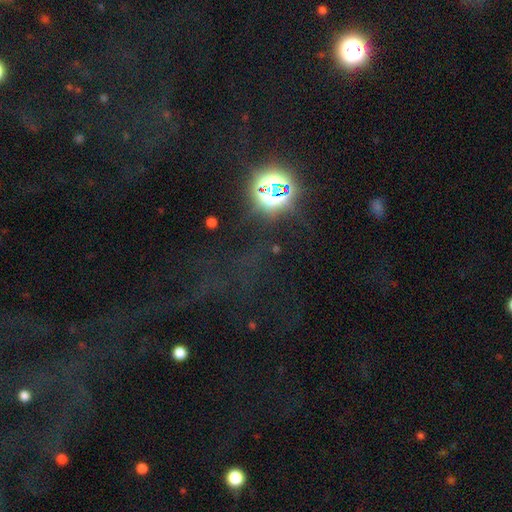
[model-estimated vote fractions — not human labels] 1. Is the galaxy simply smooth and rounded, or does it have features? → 68% star or artifact, 22% smooth, 10% featured or disk.